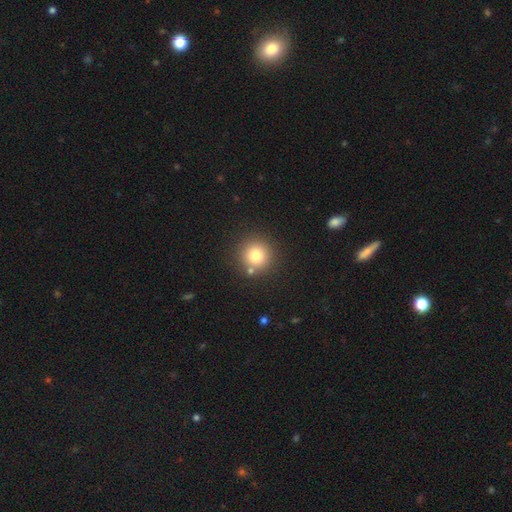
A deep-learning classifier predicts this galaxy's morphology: Overall: smooth (79%). How rounded: round (94%). Merging: none (83%).